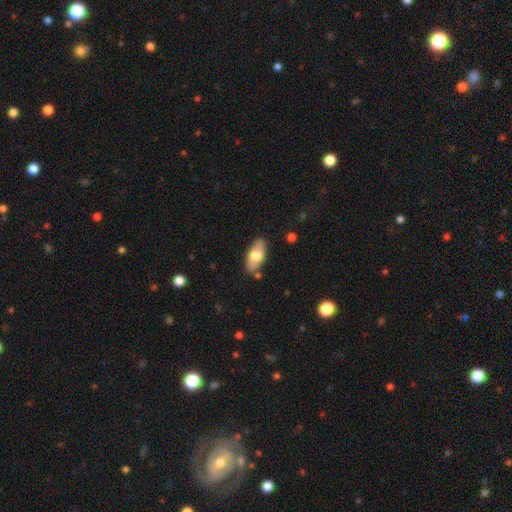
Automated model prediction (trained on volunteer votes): smooth_or_featured: smooth (p=0.67) [alt: featured or disk p=0.28]
how_rounded: in between (p=0.90) [alt: cigar-shaped p=0.07]
merging: none (p=0.82) [alt: minor disturbance p=0.12]